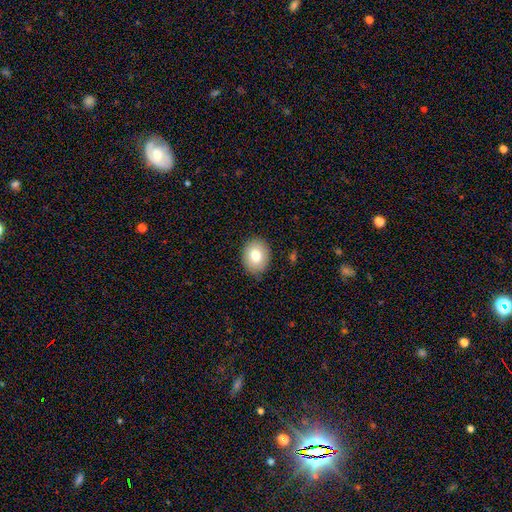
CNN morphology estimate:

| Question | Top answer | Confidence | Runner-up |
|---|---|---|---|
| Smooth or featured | smooth | 77% | featured or disk (14%) |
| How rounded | round | 50% | in between (49%) |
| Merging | none | 84% | minor disturbance (12%) |